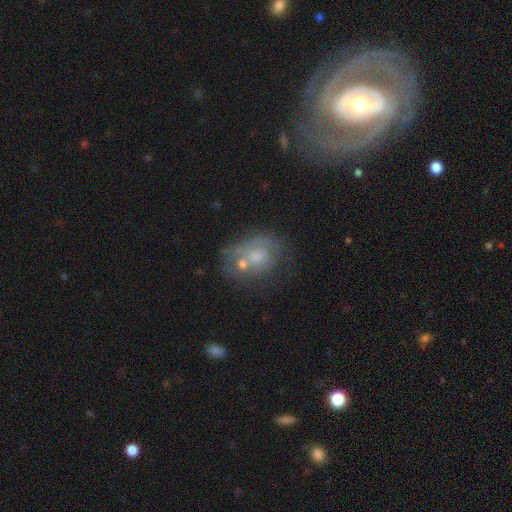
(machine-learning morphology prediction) The model was most divided on "spiral arms": yes: 53%, no: 47%. Remaining: edge-on disk — no (97%); bar — no (79%); smooth or featured — featured or disk (54%); bulge size — moderate (47%); merging — none (37%).